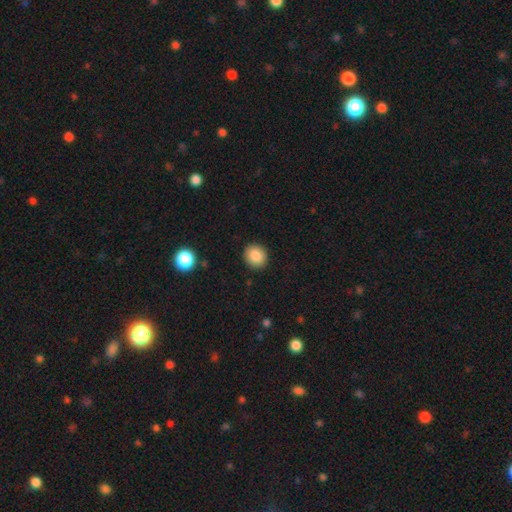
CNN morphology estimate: Smooth or featured? Predicted: smooth (p=0.87). How rounded? Predicted: round (p=0.84). Merging? Predicted: none (p=0.91).